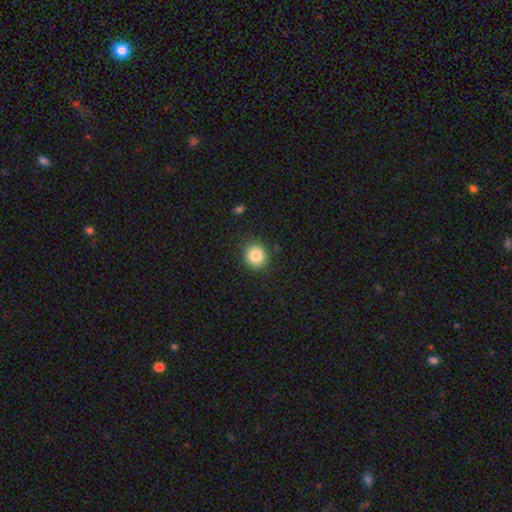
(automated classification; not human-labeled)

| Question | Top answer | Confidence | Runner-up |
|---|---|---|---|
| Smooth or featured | smooth | 85% | star or artifact (10%) |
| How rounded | round | 81% | in between (18%) |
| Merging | none | 89% | minor disturbance (8%) |